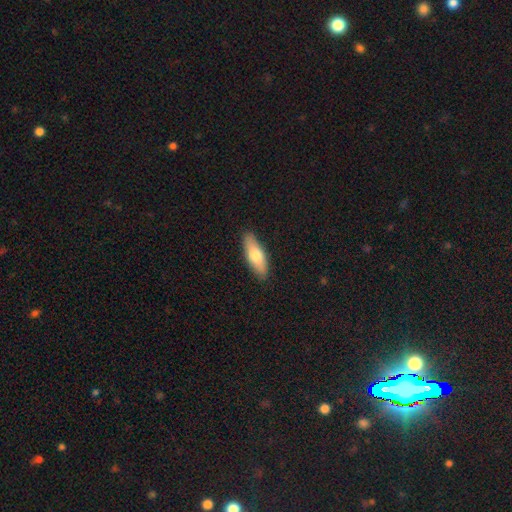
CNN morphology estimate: Overall: smooth (72%). How rounded: in between (61%; cigar-shaped 37%). Merging: none (88%).